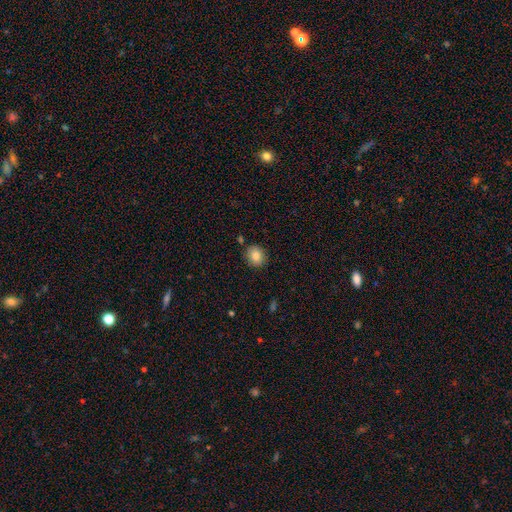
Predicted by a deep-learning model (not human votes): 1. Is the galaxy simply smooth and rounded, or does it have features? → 84% smooth, 9% star or artifact, 7% featured or disk.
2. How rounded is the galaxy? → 74% round, 25% in between, 1% cigar-shaped.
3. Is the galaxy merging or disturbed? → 86% none, 9% minor disturbance, 3% merger, 2% major disturbance.